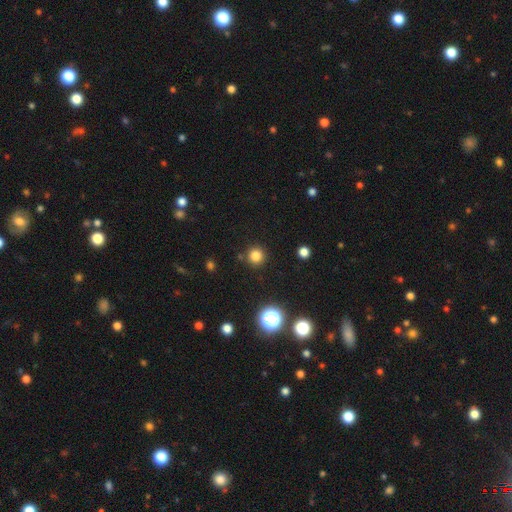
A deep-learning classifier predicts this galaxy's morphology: This appears to be a smooth galaxy with no disk features (80%) that is round (95%). Merging: none (89%).